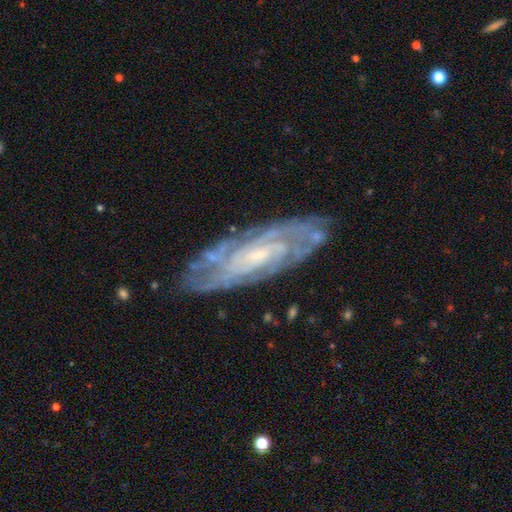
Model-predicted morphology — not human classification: smooth_or_featured: featured or disk (p=0.82) [alt: smooth p=0.12]
disk_edge_on: no (p=0.84) [alt: yes p=0.16]
bar: no (p=0.57) [alt: weak p=0.35]
has_spiral_arms: yes (p=0.91) [alt: no p=0.09]
spiral_winding: tight (p=0.67) [alt: medium p=0.27]
spiral_arm_count: can't tell (p=0.53) [alt: 2 p=0.15]
bulge_size: small (p=0.63) [alt: moderate p=0.27]
merging: none (p=0.77) [alt: minor disturbance p=0.16]